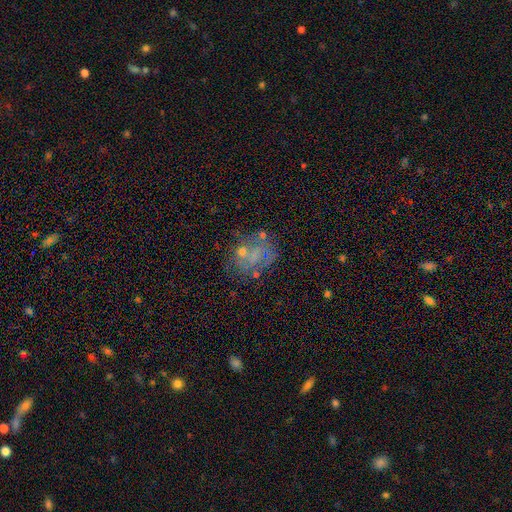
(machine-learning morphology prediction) This appears to be a featured or disk galaxy (49%). Merging: none (50%).